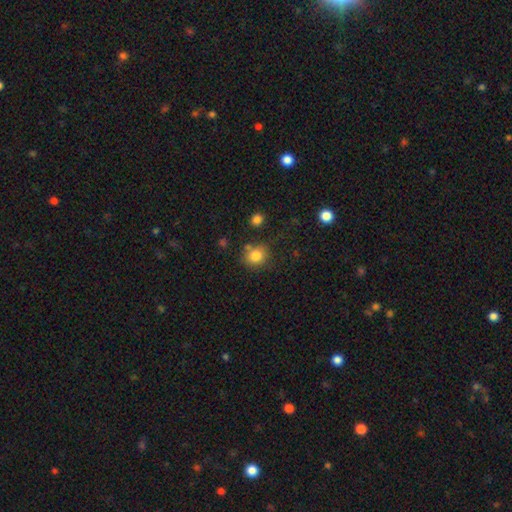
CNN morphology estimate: This appears to be a smooth galaxy with no disk features (82%) that is round (75%). Merging: none (71%).